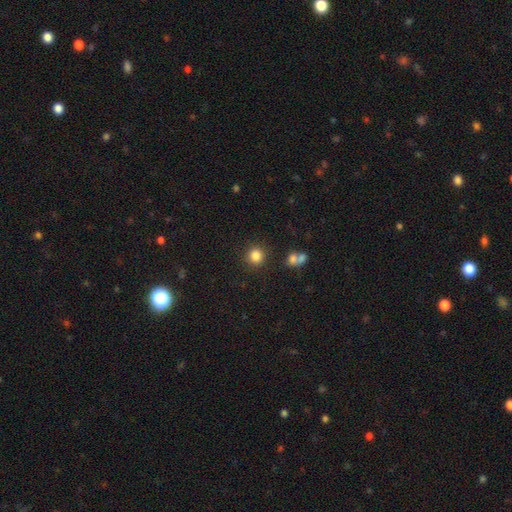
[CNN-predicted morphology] A smooth galaxy with no disk features (84%) that is round (88%). Merging: none (86%).